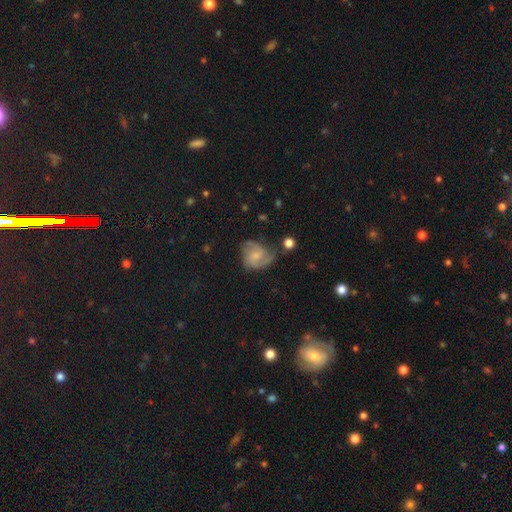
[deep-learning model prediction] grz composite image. It shows a featured or disk galaxy (69%) with no bar (62%), 2 (50%) medium (49%) spiral arms (93%) and a small central bulge (51%). Merging: none (55%).